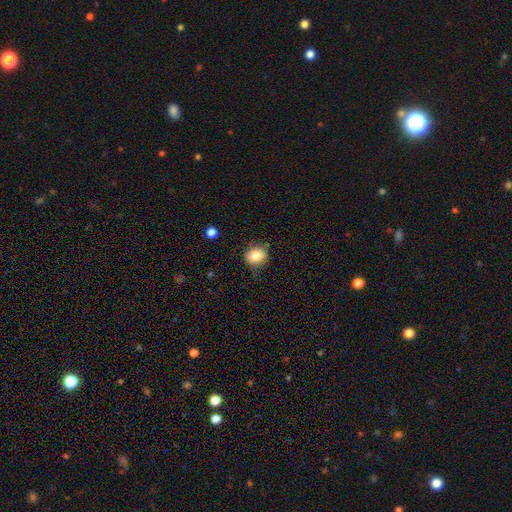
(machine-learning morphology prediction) Smooth or featured?
  - smooth: 80% *
  - featured or disk: 10%
  - star or artifact: 10%
How rounded?
  - round: 66% *
  - in between: 33%
  - cigar-shaped: 1%
Merging?
  - none: 76% *
  - minor disturbance: 18%
  - major disturbance: 4%
  - merger: 2%